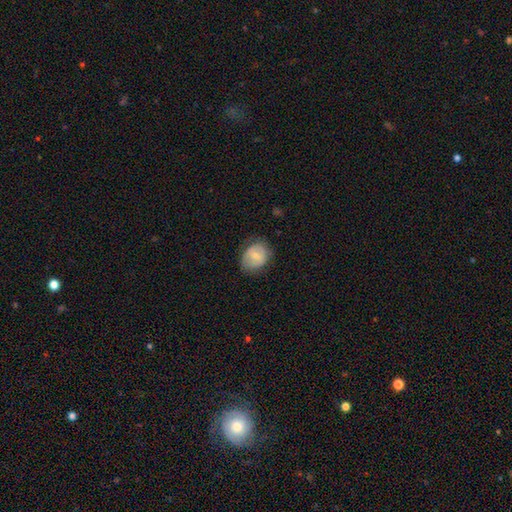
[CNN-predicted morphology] This appears to be a smooth galaxy with no disk features (64%) that is in between round and cigar-shaped (52%). Merging: none (68%).